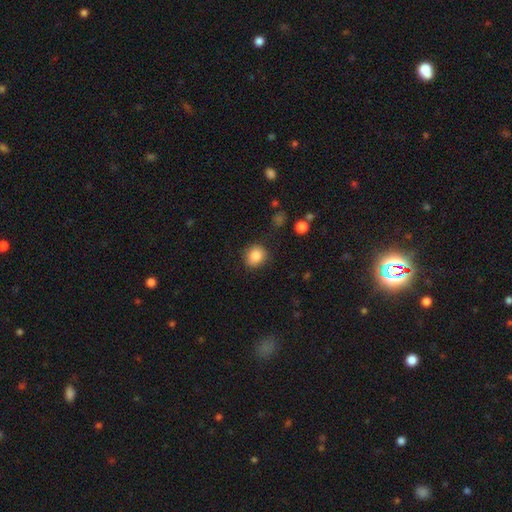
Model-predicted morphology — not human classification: Smooth or featured? Predicted: smooth (p=0.86). How rounded? Predicted: round (p=0.78). Merging? Predicted: none (p=0.86).